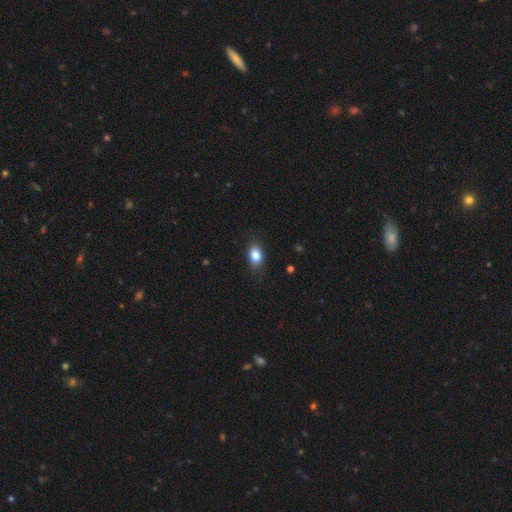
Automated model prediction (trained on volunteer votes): The model was most divided on "how rounded": in between: 80%, round: 18%, cigar-shaped: 2%. More confident: smooth or featured — smooth (83%); merging — none (83%).